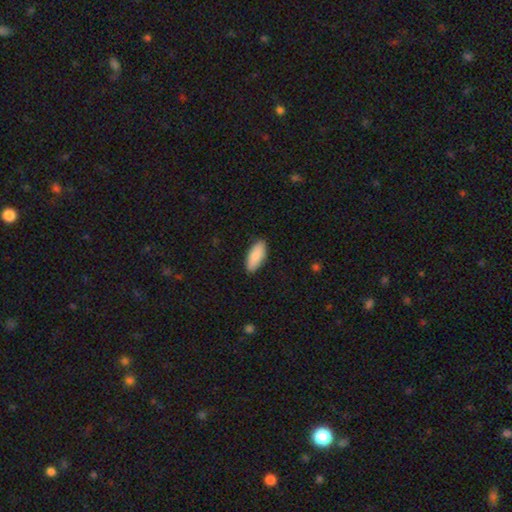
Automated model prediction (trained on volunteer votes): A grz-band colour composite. It shows a smooth galaxy with no disk features (89%) that is in between round and cigar-shaped (83%). Merging: none (88%).